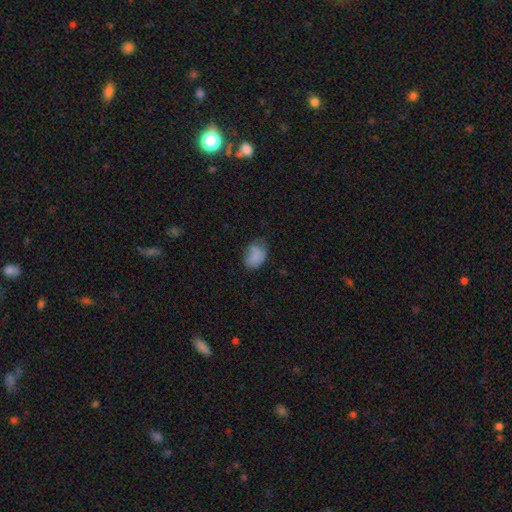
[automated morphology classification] Smooth or featured?
  - smooth: 81% *
  - featured or disk: 10%
  - star or artifact: 9%
How rounded?
  - in between: 76% *
  - round: 22%
  - cigar-shaped: 1%
Merging?
  - none: 45% *
  - minor disturbance: 38%
  - major disturbance: 14%
  - merger: 2%